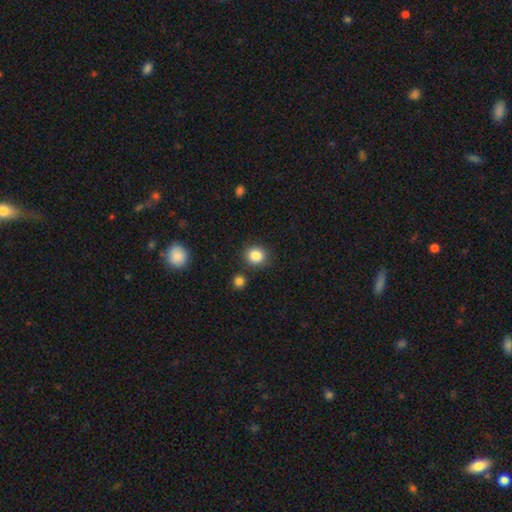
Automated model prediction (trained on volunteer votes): Smooth or featured: smooth — 85% (star or artifact — 10%)
How rounded: round — 85% (in between — 14%)
Merging: none — 85% (minor disturbance — 8%)